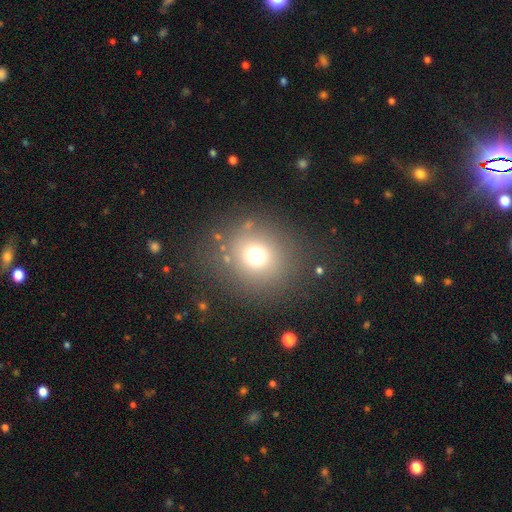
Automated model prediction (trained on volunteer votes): Overall: smooth (68%). How rounded: round (91%). Merging: none (82%).